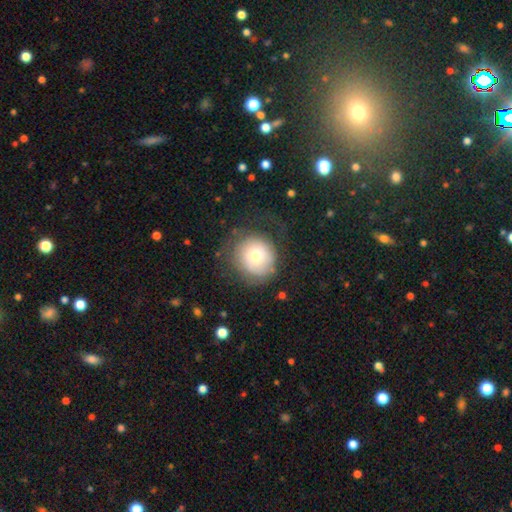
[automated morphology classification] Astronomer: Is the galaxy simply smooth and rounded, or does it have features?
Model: smooth — 65%.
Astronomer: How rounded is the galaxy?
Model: round — 89%.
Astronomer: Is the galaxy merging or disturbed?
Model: none — 59%.